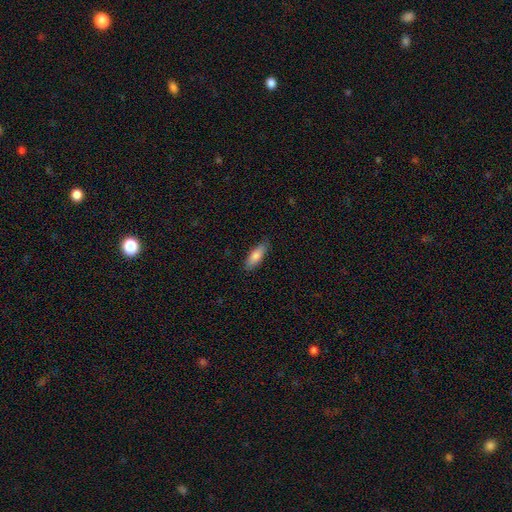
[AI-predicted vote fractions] Overall: smooth (82%). How rounded: in between (64%; cigar-shaped 34%). Merging: none (87%).